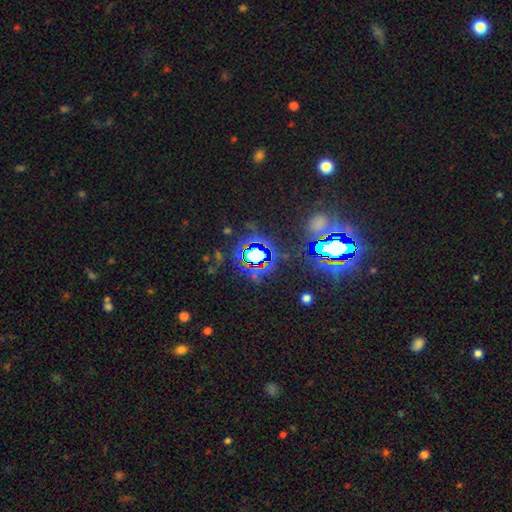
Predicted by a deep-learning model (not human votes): star or artifact 73%, smooth 16%, featured or disk 11%.